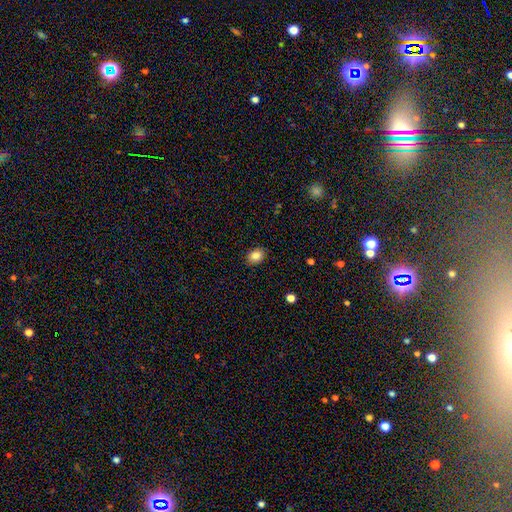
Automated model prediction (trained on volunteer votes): Smooth or featured: smooth — 85% (star or artifact — 9%)
How rounded: in between — 60% (round — 39%)
Merging: none — 89% (minor disturbance — 8%)